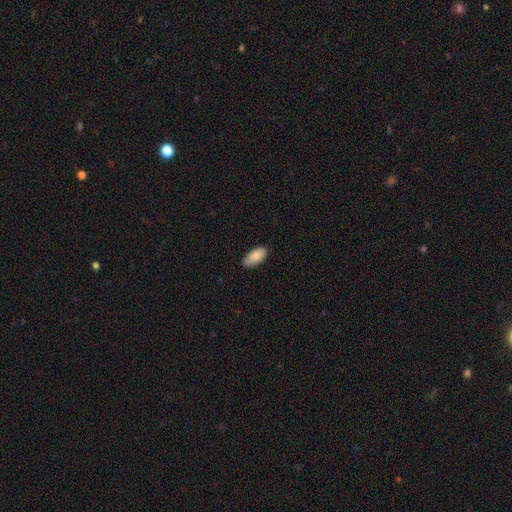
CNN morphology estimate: A smooth galaxy with no disk features (88%) that is in between round and cigar-shaped (93%).

Vote fractions:
- Smooth or featured? smooth: 88% / featured or disk: 6% / star or artifact: 6%
- How rounded? in between: 93% / cigar-shaped: 5% / round: 2%
- Merging? none: 80% / minor disturbance: 17% / major disturbance: 2% / merger: 1%